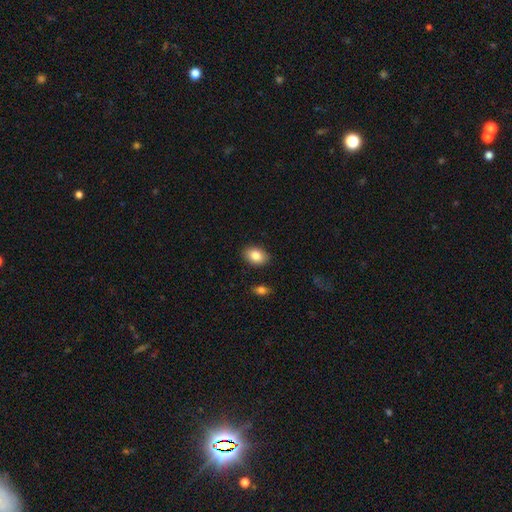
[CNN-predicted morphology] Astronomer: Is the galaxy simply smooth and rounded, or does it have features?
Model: smooth — 84%.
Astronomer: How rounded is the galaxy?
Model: in between — 81%.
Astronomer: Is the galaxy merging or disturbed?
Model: none — 88%.